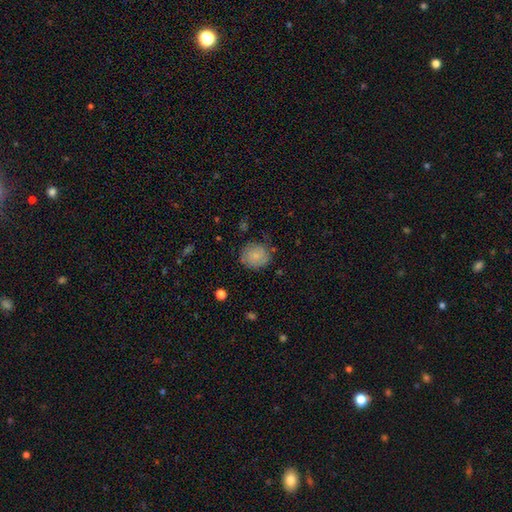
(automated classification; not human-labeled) The model was most divided on "smooth or featured": smooth: 71%, featured or disk: 21%, star or artifact: 8%. More confident: how rounded — round (85%); merging — none (71%).